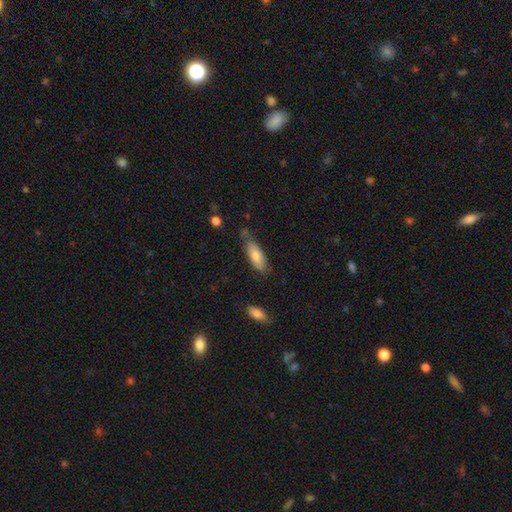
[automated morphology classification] The model was most divided on "how rounded": in between: 68%, cigar-shaped: 31%, round: 2%. More confident: smooth or featured — smooth (76%); merging — none (68%).